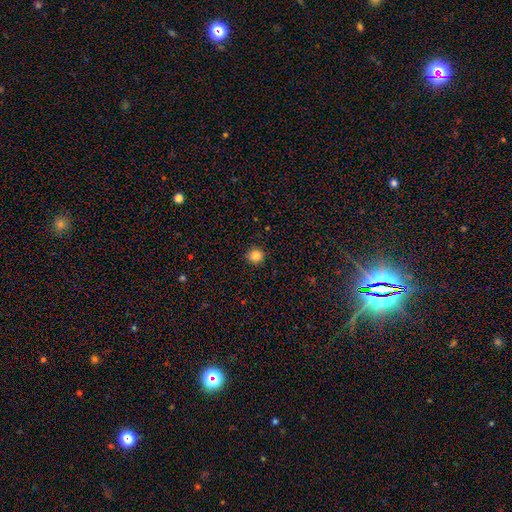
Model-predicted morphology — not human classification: smooth 84%, star or artifact 11%, featured or disk 5%. Down the decision tree: how rounded — round (92%); merging — none (92%).